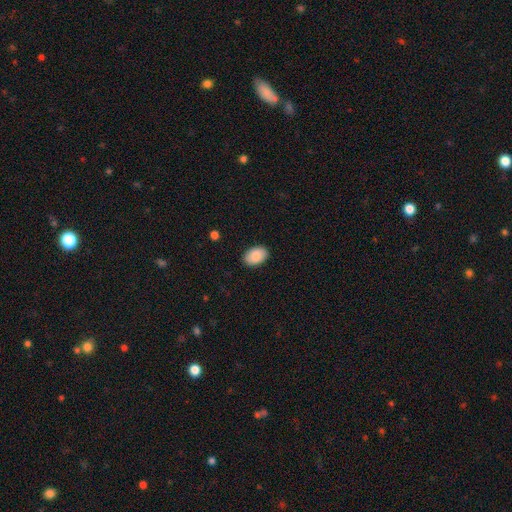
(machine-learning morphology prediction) smooth-or-featured: smooth: 89% | star or artifact: 6% | featured or disk: 5%
  how-rounded: in between: 89% | round: 10% | cigar-shaped: 1%
  merging: none: 89% | minor disturbance: 8% | major disturbance: 2% | merger: 1%